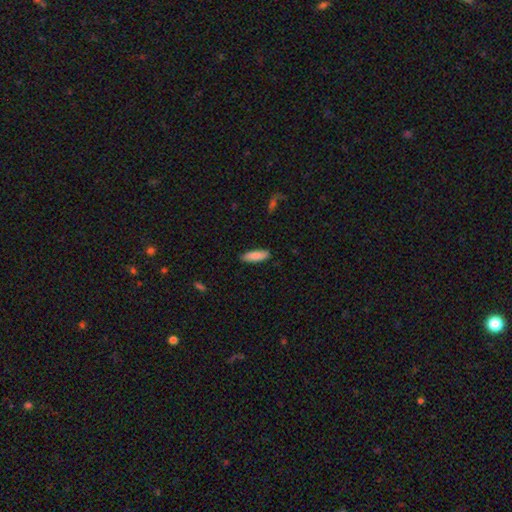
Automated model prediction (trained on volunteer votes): Morphology: type=smooth (87%); roundness=cigar-shaped (50%); merging=none (86%).